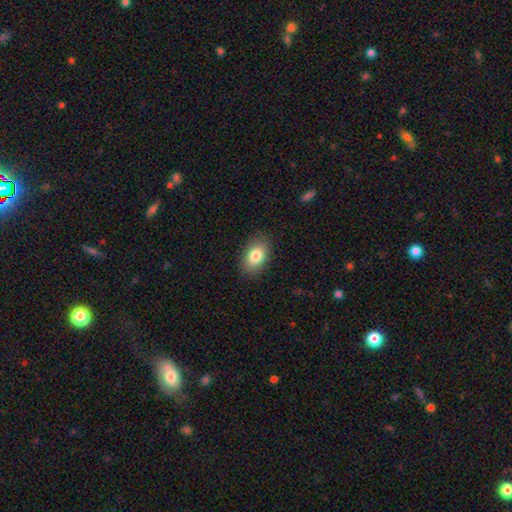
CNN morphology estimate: smooth-or-featured: smooth: 82% | featured or disk: 10% | star or artifact: 8%
  how-rounded: in between: 88% | round: 11% | cigar-shaped: 1%
  merging: none: 87% | minor disturbance: 10% | major disturbance: 3% | merger: 1%